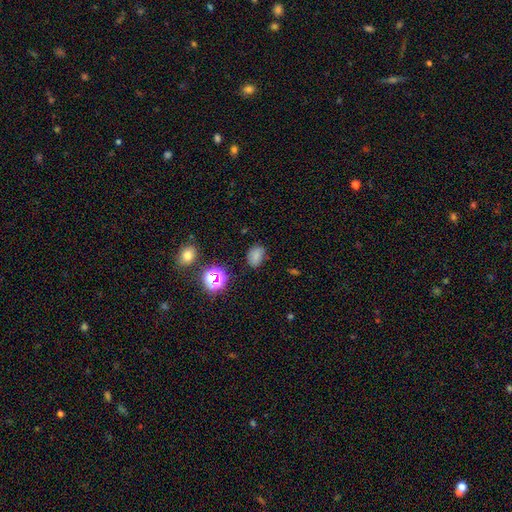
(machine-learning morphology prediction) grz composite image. It shows a smooth galaxy with no disk features (73%) that is in between round and cigar-shaped (73%). Merging: none (74%).